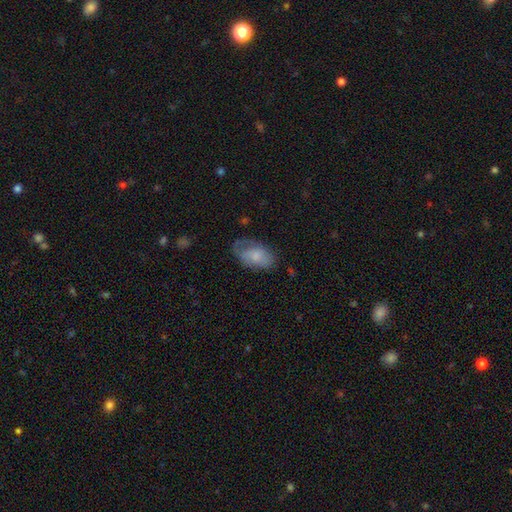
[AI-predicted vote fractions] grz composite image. It shows a smooth galaxy with no disk features (67%) that is in between round and cigar-shaped (92%). Merging: none (52%).